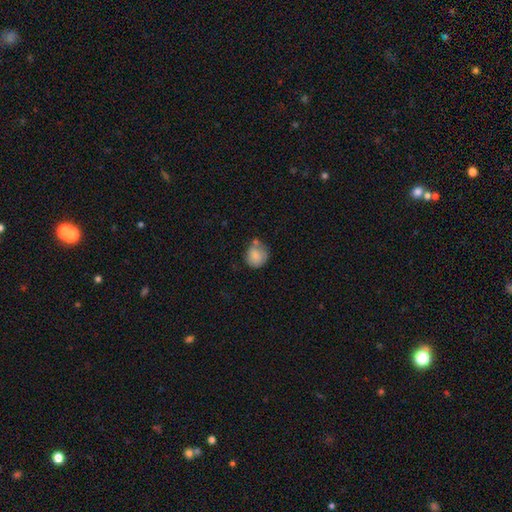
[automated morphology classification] type=smooth (82%); roundness=round (79%); merging=none (51%).